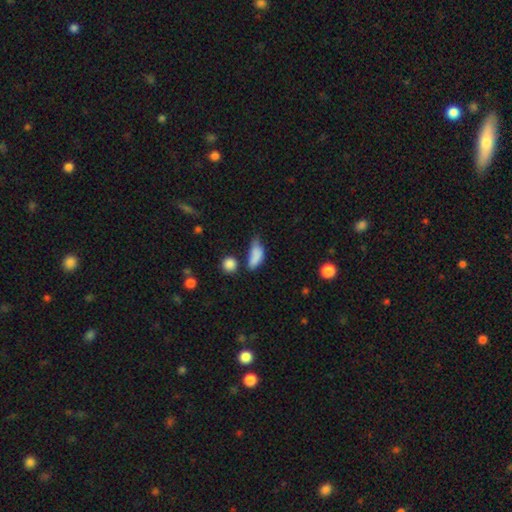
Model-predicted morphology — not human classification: Q: Smooth or featured?
A: smooth (80%); runner-up: featured or disk (11%)
Q: How rounded?
A: in between (78%); runner-up: cigar-shaped (17%)
Q: Merging?
A: minor disturbance (37%); runner-up: none (32%)